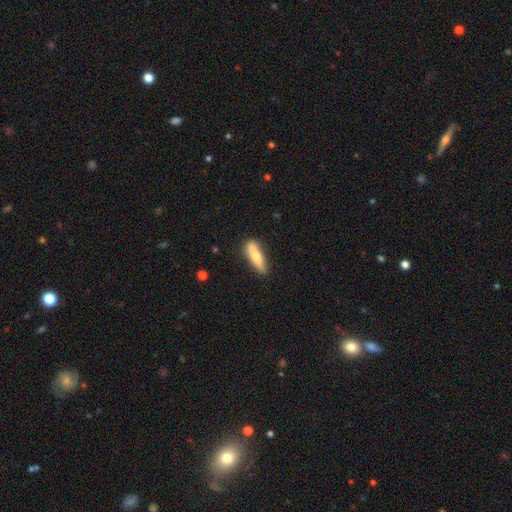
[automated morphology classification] type=smooth (69%); roundness=cigar-shaped (67%); merging=none (77%).